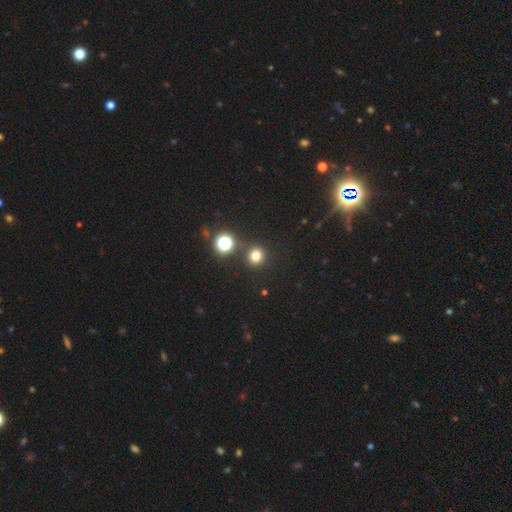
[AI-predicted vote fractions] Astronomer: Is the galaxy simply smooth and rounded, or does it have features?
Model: smooth — 73%.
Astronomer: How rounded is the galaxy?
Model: round — 90%.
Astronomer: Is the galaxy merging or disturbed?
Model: none — 83%.